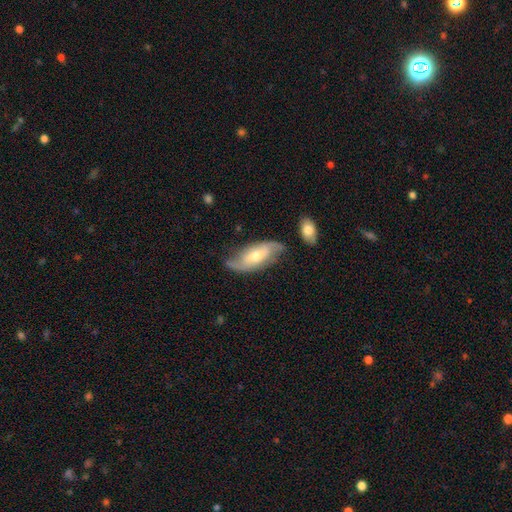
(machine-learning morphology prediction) Smooth or featured?
  - featured or disk: 67% *
  - smooth: 27%
  - star or artifact: 6%
Edge-on disk?
  - no: 88% *
  - yes: 12%
Bar?
  - no: 52% *
  - weak: 34%
  - strong: 14%
Spiral arms?
  - yes: 86% *
  - no: 14%
Spiral winding?
  - loose: 57% *
  - medium: 30%
  - tight: 13%
Spiral arm count?
  - 2: 84% *
  - can't tell: 9%
  - 1: 3%
  - 3: 1%
  - 4: 1%
  - more than 4: 1%
Bulge size?
  - moderate: 56% *
  - small: 38%
  - large: 4%
  - none: 1%
  - dominant: 1%
Merging?
  - none: 62% *
  - minor disturbance: 24%
  - major disturbance: 9%
  - merger: 5%